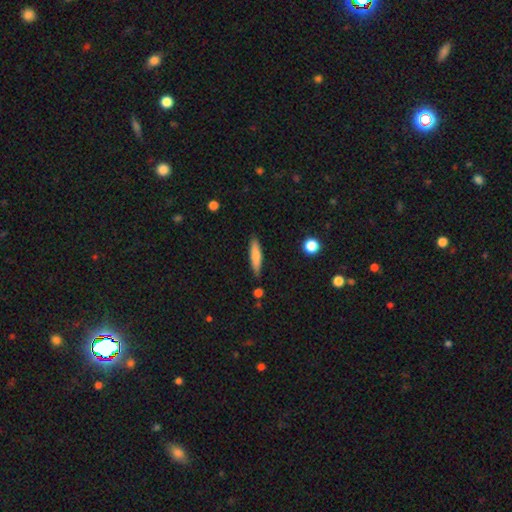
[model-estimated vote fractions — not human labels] Q: Smooth or featured?
A: smooth (76%); runner-up: featured or disk (18%)
Q: How rounded?
A: cigar-shaped (81%); runner-up: in between (17%)
Q: Merging?
A: none (84%); runner-up: minor disturbance (12%)